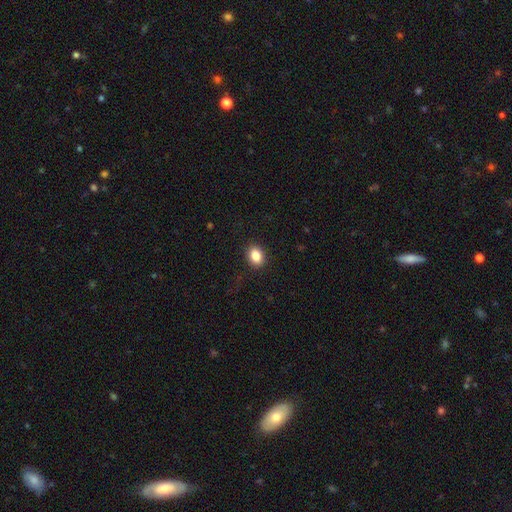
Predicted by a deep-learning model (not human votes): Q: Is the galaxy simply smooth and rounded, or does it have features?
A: smooth — 85%.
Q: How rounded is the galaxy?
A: in between — 68%.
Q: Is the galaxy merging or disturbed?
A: none — 89%.